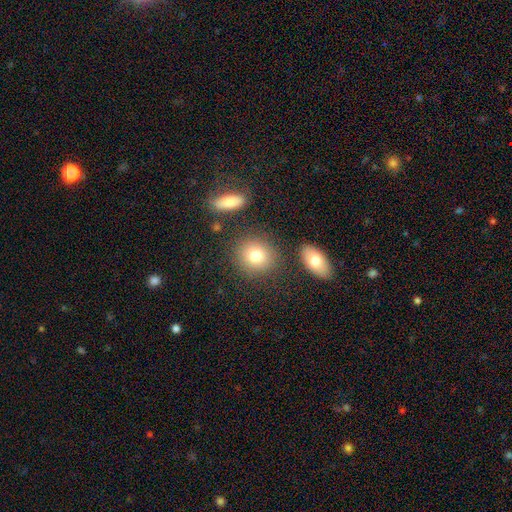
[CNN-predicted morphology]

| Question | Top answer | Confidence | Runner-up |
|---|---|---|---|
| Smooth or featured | smooth | 79% | featured or disk (11%) |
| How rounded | round | 75% | in between (23%) |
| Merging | none | 80% | minor disturbance (9%) |